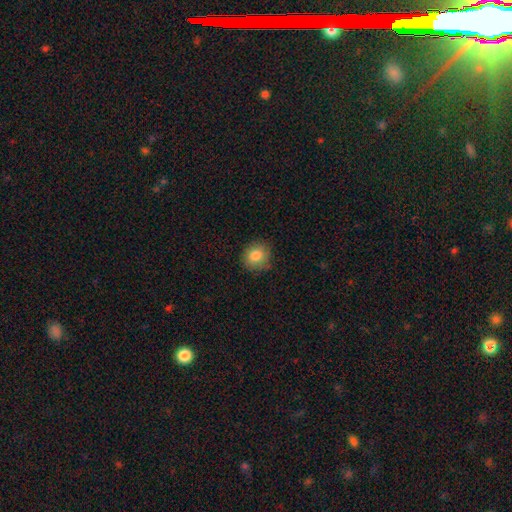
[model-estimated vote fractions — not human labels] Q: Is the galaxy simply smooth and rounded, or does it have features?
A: smooth — 82%.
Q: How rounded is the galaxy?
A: round — 81%.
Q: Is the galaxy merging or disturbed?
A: none — 79%.